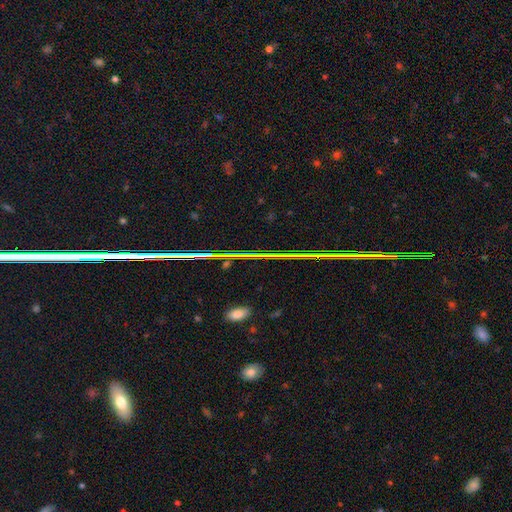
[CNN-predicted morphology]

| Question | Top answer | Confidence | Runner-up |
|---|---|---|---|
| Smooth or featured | star or artifact | 81% | featured or disk (10%) |